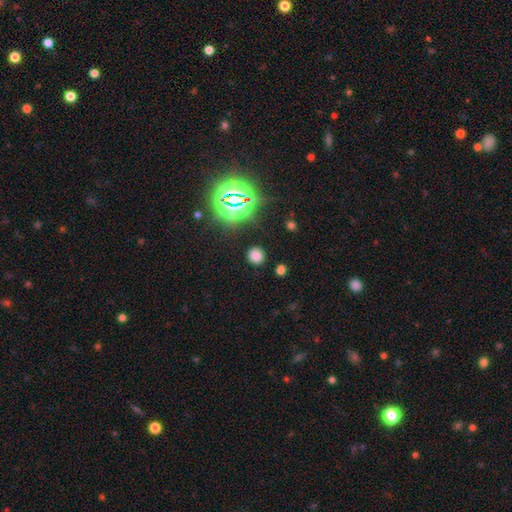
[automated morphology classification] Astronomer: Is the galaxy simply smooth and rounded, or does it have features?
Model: smooth — 71%.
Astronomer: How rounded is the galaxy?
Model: round — 87%.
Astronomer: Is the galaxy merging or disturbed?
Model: none — 87%.